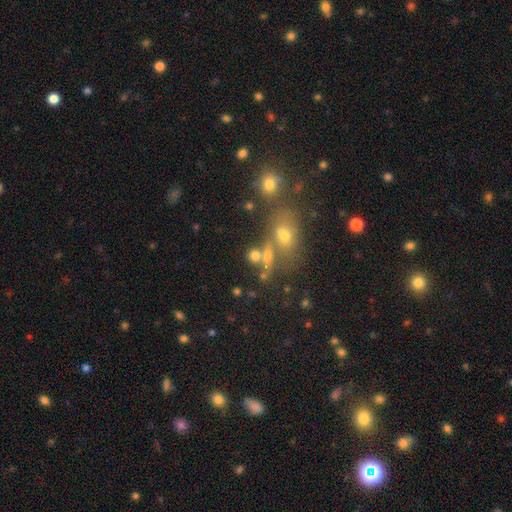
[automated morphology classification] Overall: smooth (67%). How rounded: round (59%; in between 36%). Merging: none (45%; merger 36%).